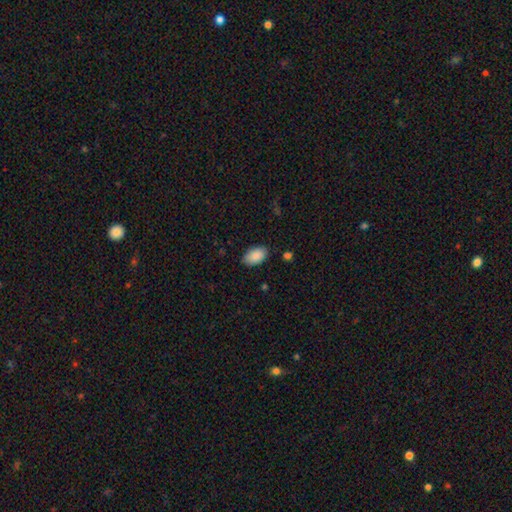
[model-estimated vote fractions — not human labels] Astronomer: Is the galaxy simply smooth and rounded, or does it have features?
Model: smooth — 89%.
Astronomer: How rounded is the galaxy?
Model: in between — 94%.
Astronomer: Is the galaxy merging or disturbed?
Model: none — 84%.